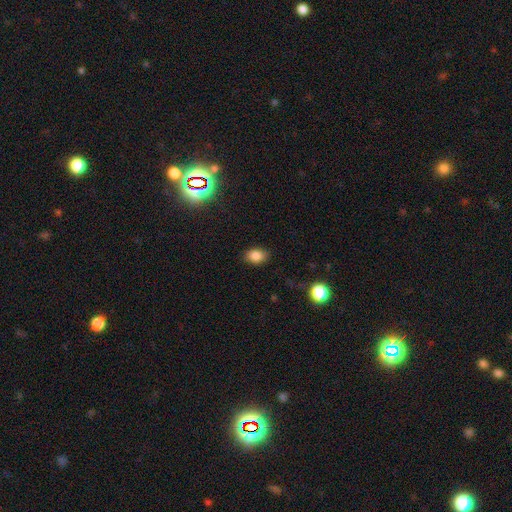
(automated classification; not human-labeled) smooth 84%, star or artifact 11%, featured or disk 5%. Down the decision tree: how rounded — in between (73%); merging — none (85%).